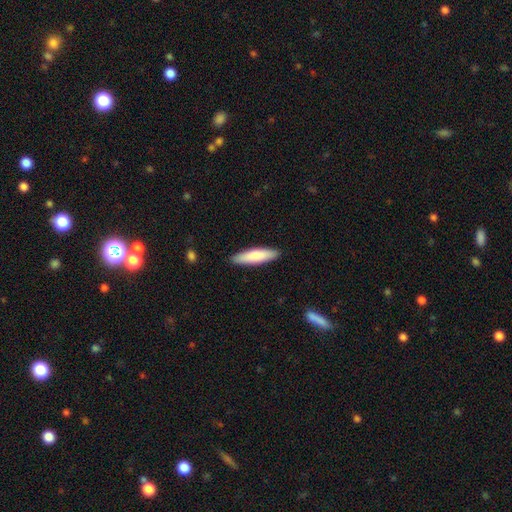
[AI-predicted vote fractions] A smooth galaxy with no disk features (79%) that is cigar-shaped (73%). Merging: none (90%).